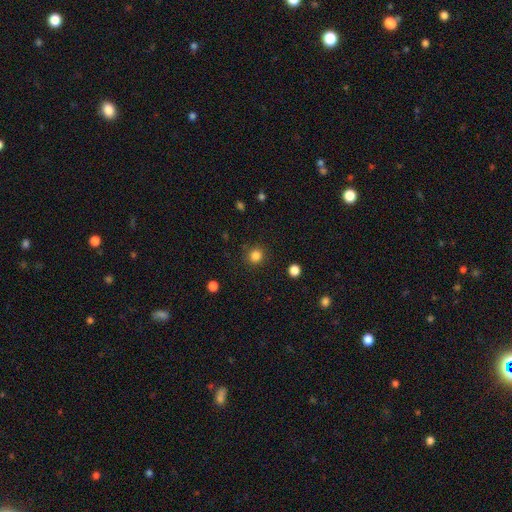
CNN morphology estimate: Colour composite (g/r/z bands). It shows a smooth galaxy with no disk features (84%) that is round (91%). Merging: none (88%).